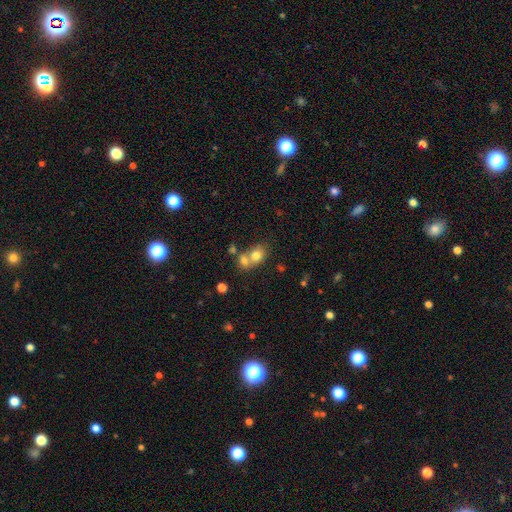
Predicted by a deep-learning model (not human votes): Smooth or featured: smooth — 75% (featured or disk — 14%)
How rounded: round — 51% (in between — 48%)
Merging: merger — 57% (none — 31%)